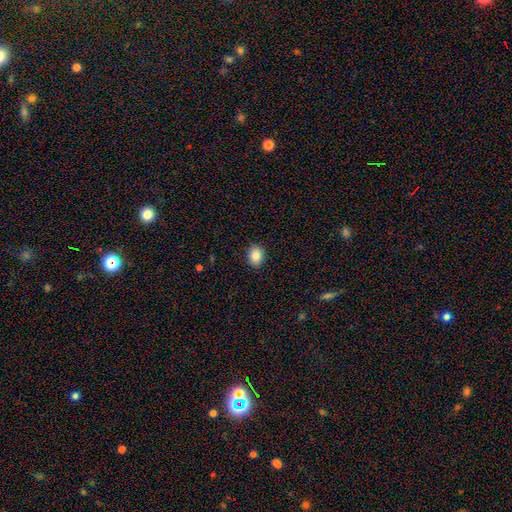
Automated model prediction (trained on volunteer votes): Overall: smooth (85%). How rounded: in between (61%; round 38%). Merging: none (90%).